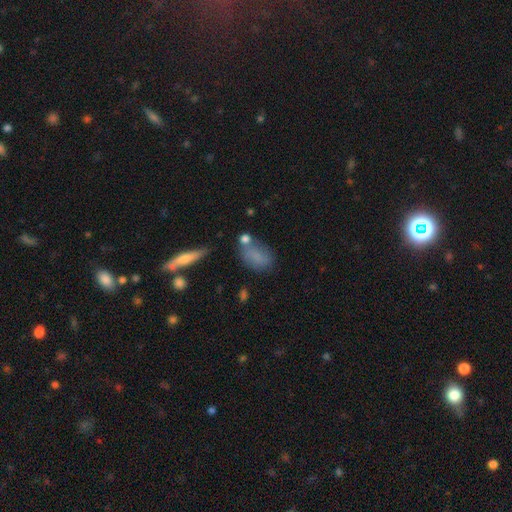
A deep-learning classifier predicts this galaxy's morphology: Smooth or featured: smooth — 73% (featured or disk — 16%)
How rounded: in between — 79% (round — 15%)
Merging: none — 53% (minor disturbance — 23%)